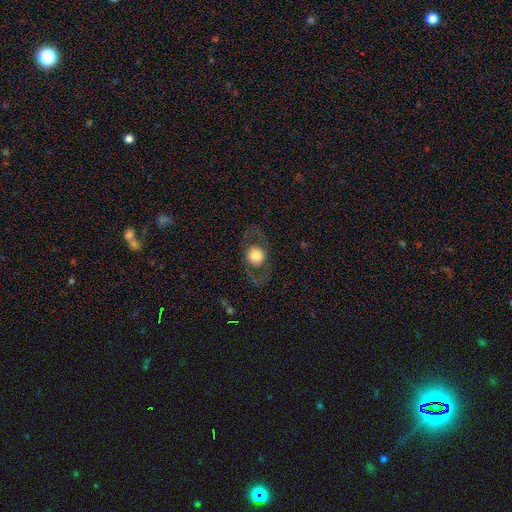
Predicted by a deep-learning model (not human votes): smooth_or_featured: smooth (p=0.56) [alt: featured or disk p=0.36]
how_rounded: round (p=0.69) [alt: in between p=0.30]
merging: none (p=0.78) [alt: minor disturbance p=0.11]